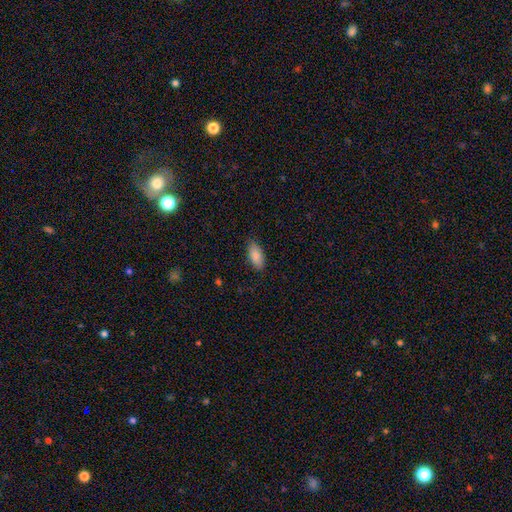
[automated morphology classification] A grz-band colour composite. It shows a smooth galaxy with no disk features (87%) that is in between round and cigar-shaped (90%). Merging: none (84%).